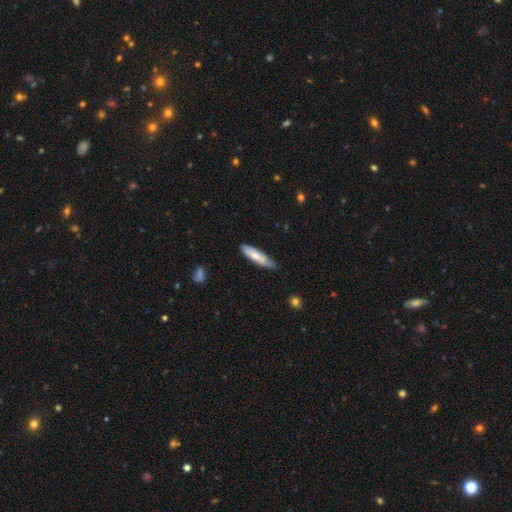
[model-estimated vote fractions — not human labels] Overall: smooth (72%). How rounded: cigar-shaped (71%). Merging: none (70%).